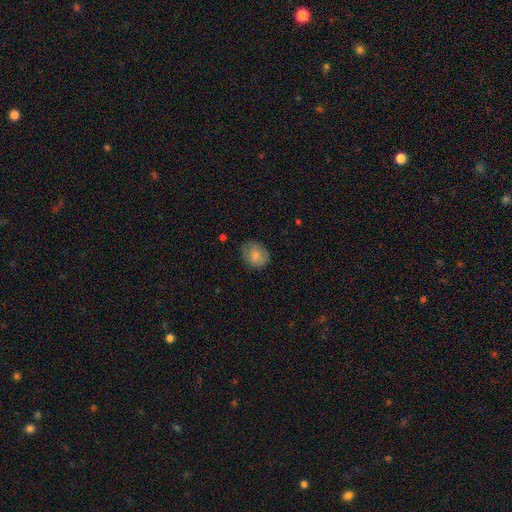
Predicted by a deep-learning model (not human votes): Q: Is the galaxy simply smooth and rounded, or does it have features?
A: smooth — 77%.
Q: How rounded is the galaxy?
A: round — 60%.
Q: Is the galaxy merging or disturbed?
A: none — 72%.